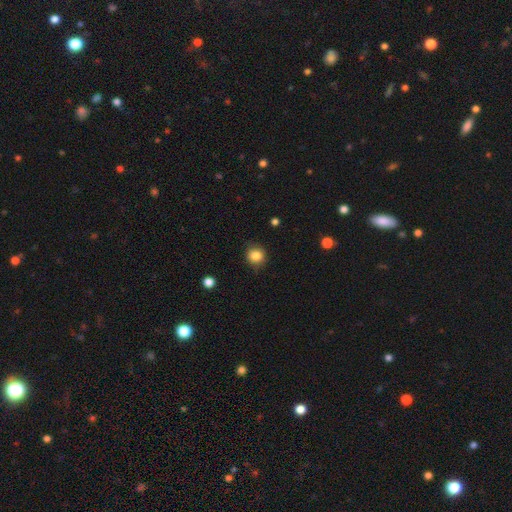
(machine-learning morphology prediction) This is clearly a smooth galaxy (85%). How rounded: clearly round (84%). Merging: clearly none (81%).